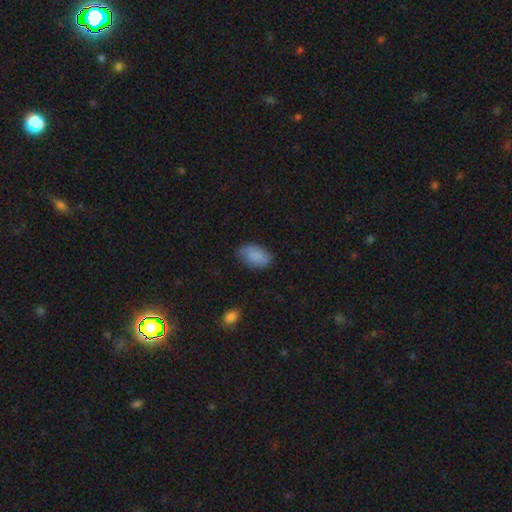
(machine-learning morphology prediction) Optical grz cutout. It shows a smooth galaxy with no disk features (86%) that is in between round and cigar-shaped (90%). Merging: none (71%).